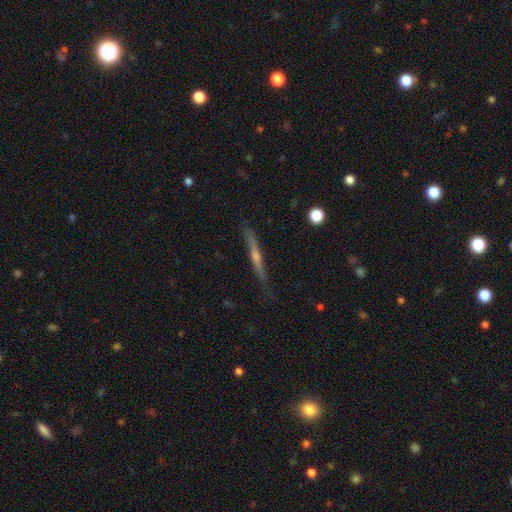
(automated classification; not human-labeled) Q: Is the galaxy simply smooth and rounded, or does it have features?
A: featured or disk — 70%.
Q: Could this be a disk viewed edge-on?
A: yes — 97%.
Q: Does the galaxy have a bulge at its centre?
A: rounded — 75%.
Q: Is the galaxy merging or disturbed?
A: none — 83%.